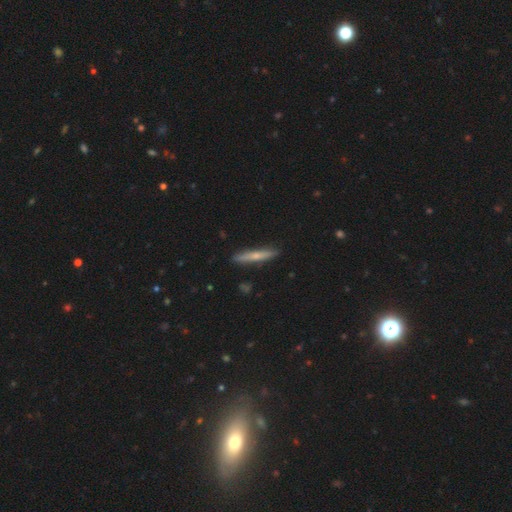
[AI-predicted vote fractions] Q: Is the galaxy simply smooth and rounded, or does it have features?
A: smooth — 53%.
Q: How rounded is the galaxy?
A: cigar-shaped — 94%.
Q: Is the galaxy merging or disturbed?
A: none — 89%.